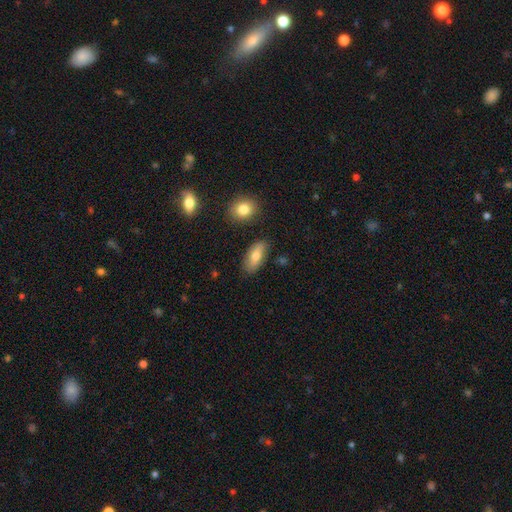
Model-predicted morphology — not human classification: Q: Smooth or featured?
A: smooth (73%); runner-up: featured or disk (20%)
Q: How rounded?
A: in between (83%); runner-up: cigar-shaped (13%)
Q: Merging?
A: none (83%); runner-up: minor disturbance (12%)